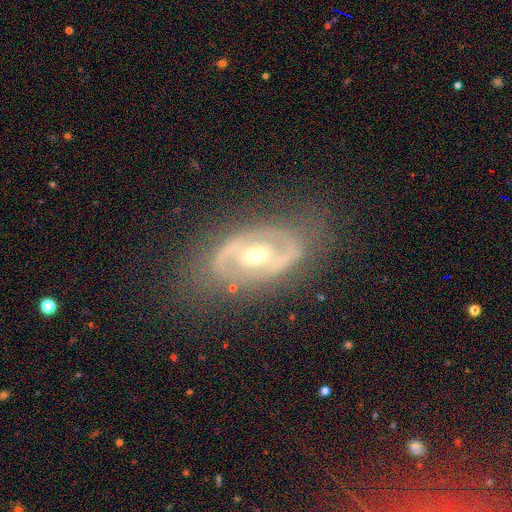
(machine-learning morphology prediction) smooth-or-featured: featured or disk: 82% | smooth: 12% | star or artifact: 6%
  disk-edge-on: no: 92% | yes: 8%
    bar: no: 40% | weak: 32% | strong: 28%
    has-spiral-arms: yes: 62% | no: 38%
    bulge-size: moderate: 65% | small: 27% | large: 6% | dominant: 1% | none: 1%
  merging: none: 77% | minor disturbance: 14% | major disturbance: 8% | merger: 1%